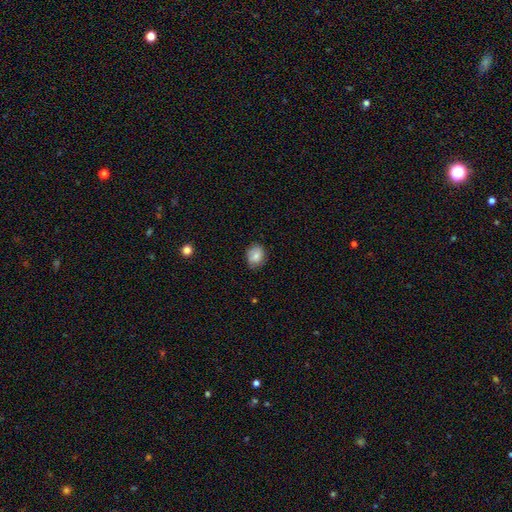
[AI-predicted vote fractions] This is likely a smooth galaxy (78%). How rounded: likely round (63%). Merging: likely none (78%).